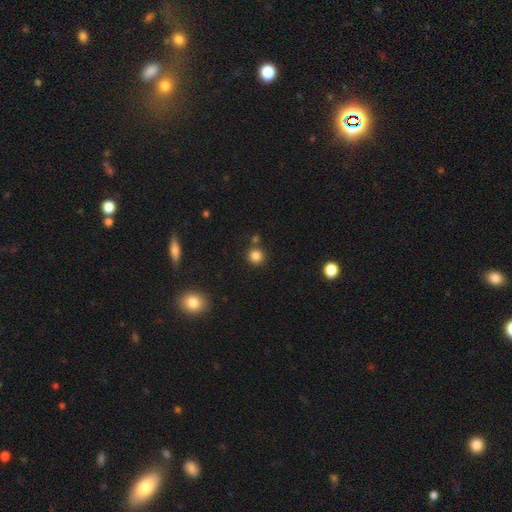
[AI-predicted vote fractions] This is clearly a smooth galaxy (83%). How rounded: clearly round (93%). Merging: clearly none (80%).